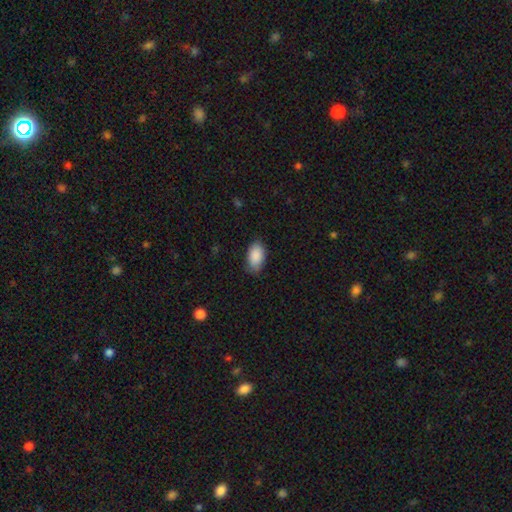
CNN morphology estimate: This is clearly a smooth galaxy (90%). How rounded: clearly in between (94%). Merging: clearly none (82%).